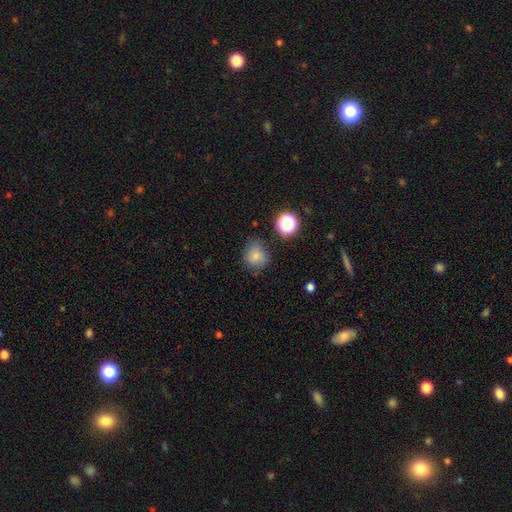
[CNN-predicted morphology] The model was most divided on "merging": none: 71%, minor disturbance: 20%, major disturbance: 5%, merger: 3%. More confident: how rounded — round (79%); smooth or featured — smooth (78%).